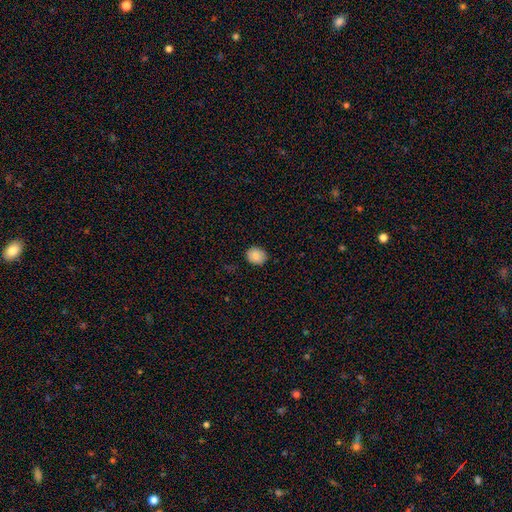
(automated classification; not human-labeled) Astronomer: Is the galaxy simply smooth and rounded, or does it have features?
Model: smooth — 87%.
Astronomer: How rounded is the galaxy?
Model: round — 64%.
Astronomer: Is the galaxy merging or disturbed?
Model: none — 87%.